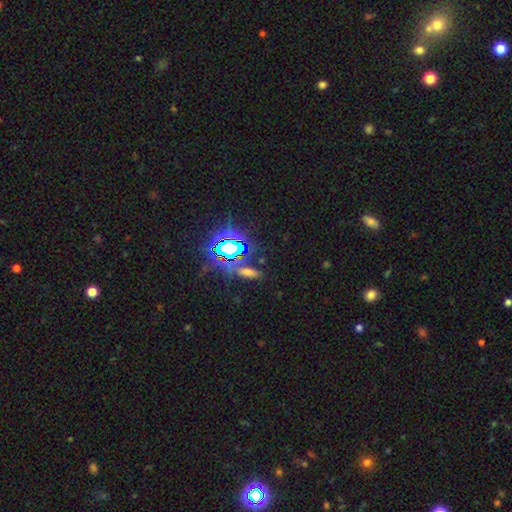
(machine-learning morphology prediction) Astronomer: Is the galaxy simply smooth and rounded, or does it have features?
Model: star or artifact — 80%.